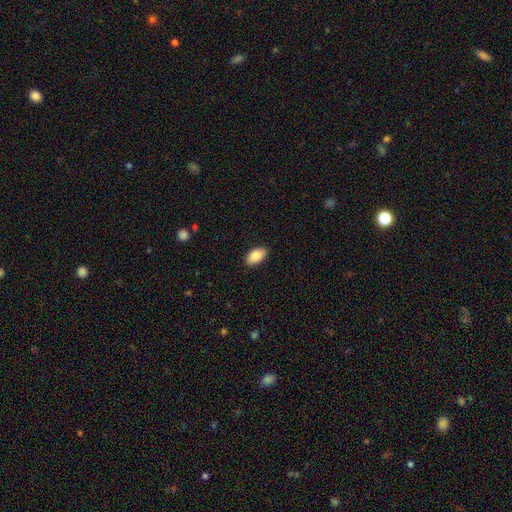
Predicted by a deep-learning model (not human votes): A smooth galaxy with no disk features (87%) that is in between round and cigar-shaped (94%).

Vote fractions:
- Smooth or featured? smooth: 87% / star or artifact: 7% / featured or disk: 6%
- How rounded? in between: 94% / round: 4% / cigar-shaped: 2%
- Merging? none: 88% / minor disturbance: 9% / major disturbance: 2% / merger: 1%